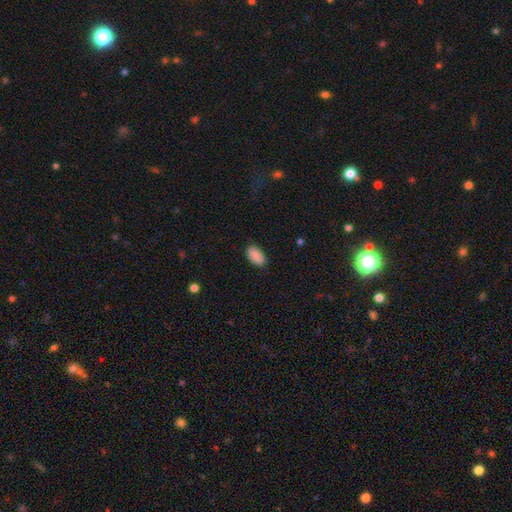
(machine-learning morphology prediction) This appears to be a smooth galaxy with no disk features (90%) that is in between round and cigar-shaped (95%). Merging: none (87%).